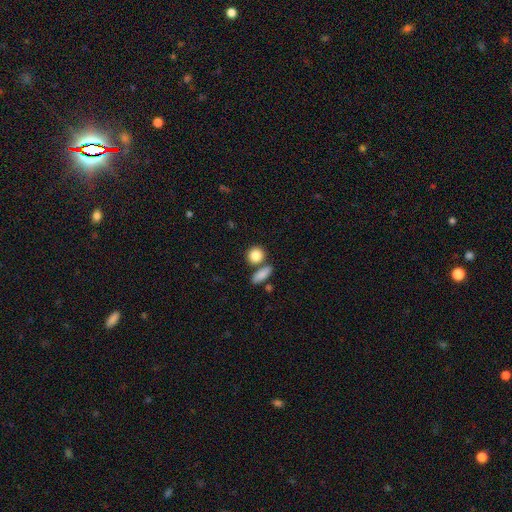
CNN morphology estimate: Q: Smooth or featured?
A: smooth (86%); runner-up: star or artifact (8%)
Q: How rounded?
A: round (73%); runner-up: in between (24%)
Q: Merging?
A: none (65%); runner-up: merger (22%)